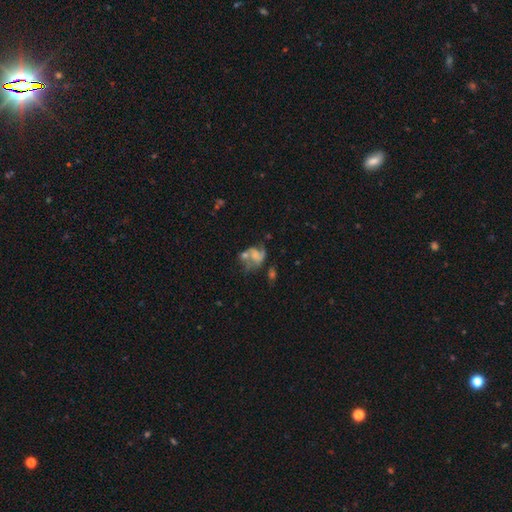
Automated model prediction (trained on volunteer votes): Q: Smooth or featured?
A: featured or disk (55%); runner-up: smooth (33%)
Q: Edge-on disk?
A: no (98%); runner-up: yes (2%)
Q: Bar?
A: no (71%); runner-up: weak (23%)
Q: Spiral arms?
A: yes (66%); runner-up: no (34%)
Q: Bulge size?
A: none (43%); runner-up: small (26%)
Q: Merging?
A: major disturbance (29%); runner-up: merger (28%)